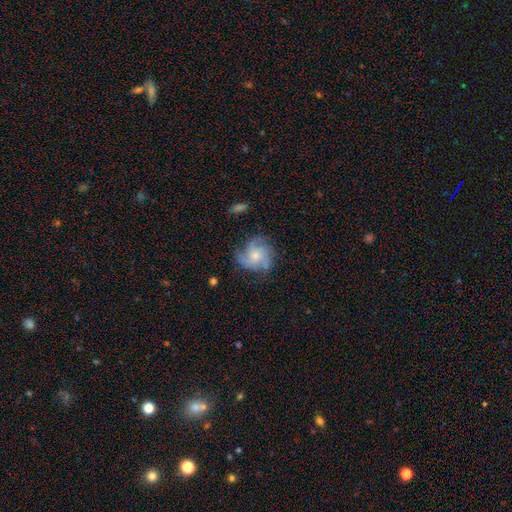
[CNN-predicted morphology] Overall: featured or disk (61%; smooth 29%). Edge-on disk: no (97%). Bar: no (82%). Spiral arms: yes (86%). Spiral arm count: can't tell (28%; 4 25%). Spiral winding: medium (41%; tight 39%). Bulge size: small (61%; moderate 32%). Merging: none (67%).